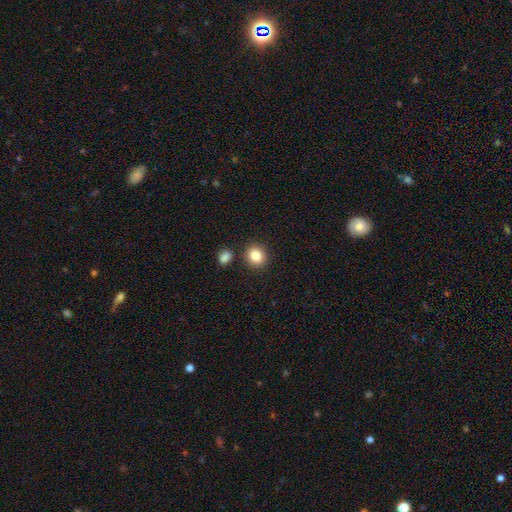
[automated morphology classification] type=smooth (85%); roundness=round (77%); merging=none (84%).